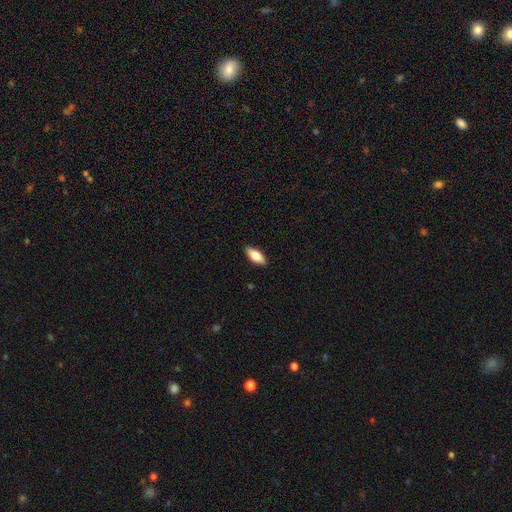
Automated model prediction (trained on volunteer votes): Smooth or featured? smooth (71%)
How rounded? in between (78%)
Merging? none (89%)